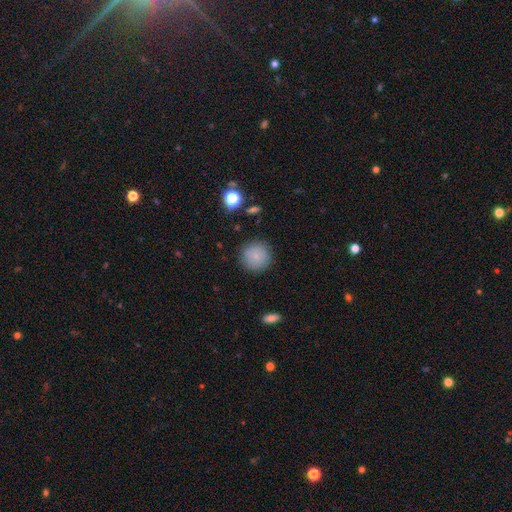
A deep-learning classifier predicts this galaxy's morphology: Smooth or featured? Predicted: smooth (p=0.83). How rounded? Predicted: round (p=0.95). Merging? Predicted: none (p=0.88).